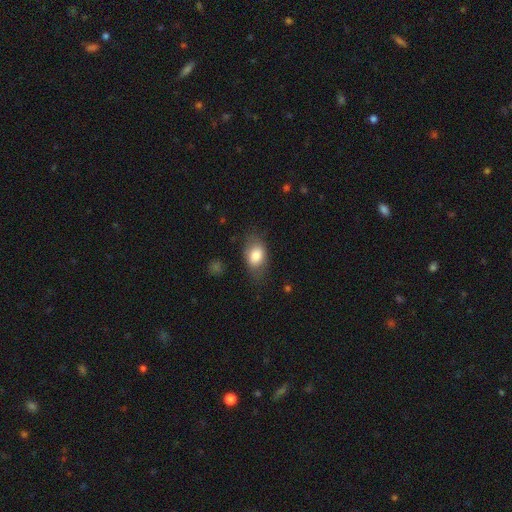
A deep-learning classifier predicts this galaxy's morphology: The model was most divided on "merging": none: 72%, minor disturbance: 20%, major disturbance: 7%, merger: 2%. More confident: how rounded — in between (85%); smooth or featured — smooth (80%).